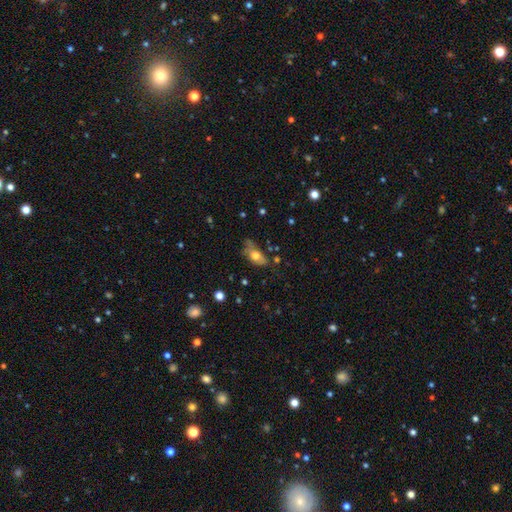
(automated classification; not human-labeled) The model was most divided on "merging": none: 43%, minor disturbance: 34%, major disturbance: 17%, merger: 6%. More confident: how rounded — in between (84%); smooth or featured — smooth (67%).